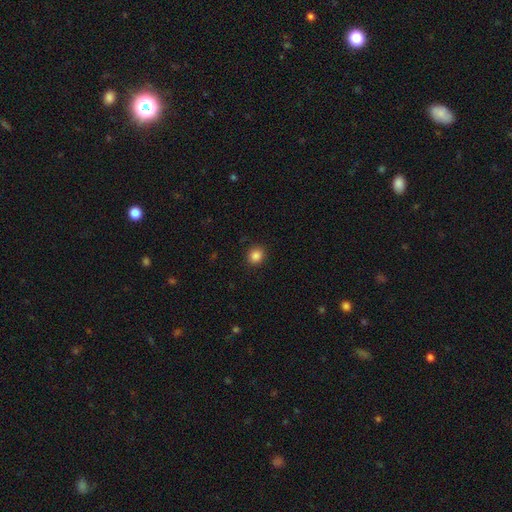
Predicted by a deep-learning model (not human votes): smooth_or_featured: smooth (p=0.86) [alt: star or artifact p=0.11]
how_rounded: round (p=0.80) [alt: in between p=0.19]
merging: none (p=0.91) [alt: minor disturbance p=0.06]